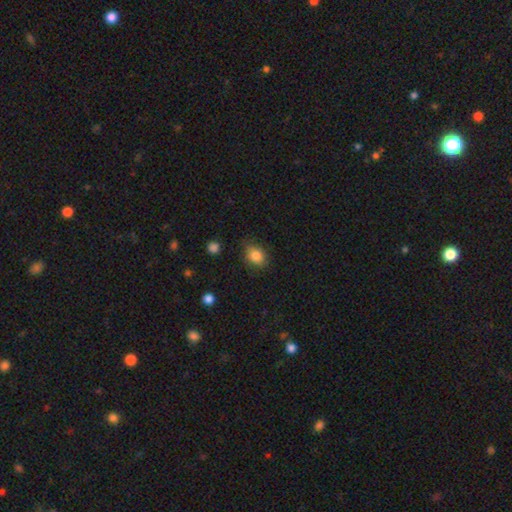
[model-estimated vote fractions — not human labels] This is clearly a smooth galaxy (84%). How rounded: likely in between (62%). Merging: likely none (78%).